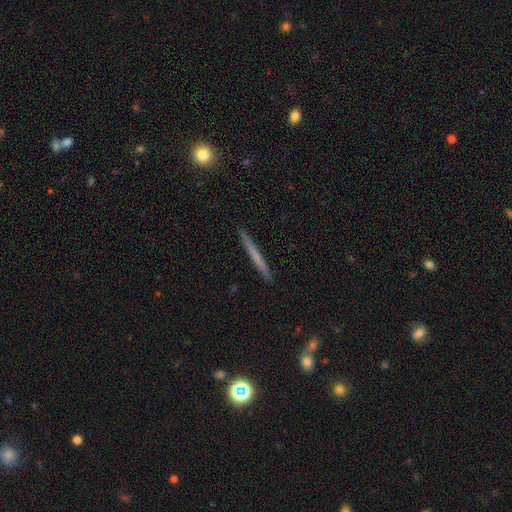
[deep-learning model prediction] Smooth or featured: smooth — 54% (featured or disk — 40%)
How rounded: cigar-shaped — 97% (in between — 2%)
Merging: none — 93% (minor disturbance — 5%)